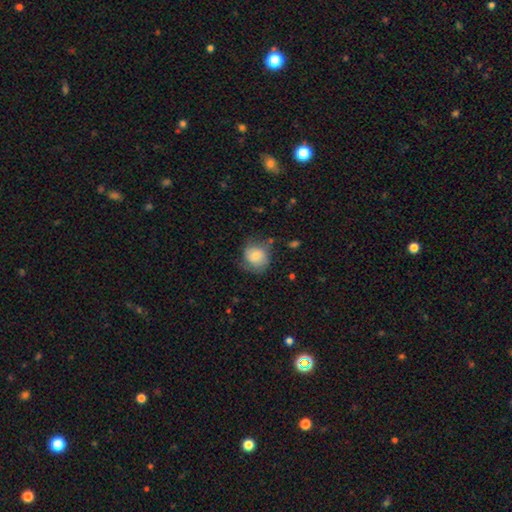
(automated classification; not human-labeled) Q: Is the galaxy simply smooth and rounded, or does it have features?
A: smooth — 69%.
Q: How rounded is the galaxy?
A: round — 76%.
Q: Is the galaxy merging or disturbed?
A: none — 59%.